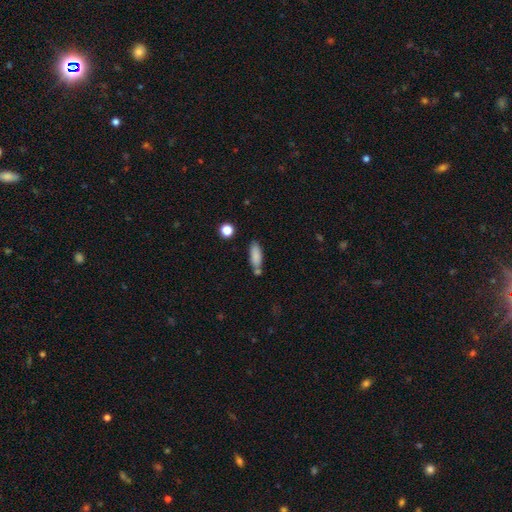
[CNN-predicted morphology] smooth 85%, star or artifact 8%, featured or disk 7%. Down the decision tree: how rounded — in between (66%); merging — none (65%).